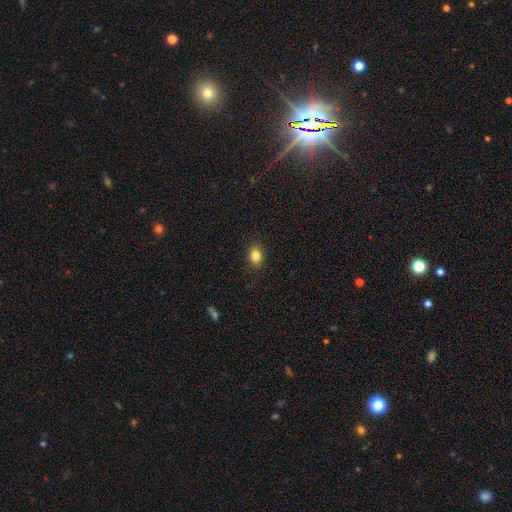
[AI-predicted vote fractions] Q: Smooth or featured?
A: smooth (83%); runner-up: star or artifact (10%)
Q: How rounded?
A: in between (62%); runner-up: round (37%)
Q: Merging?
A: none (88%); runner-up: minor disturbance (9%)